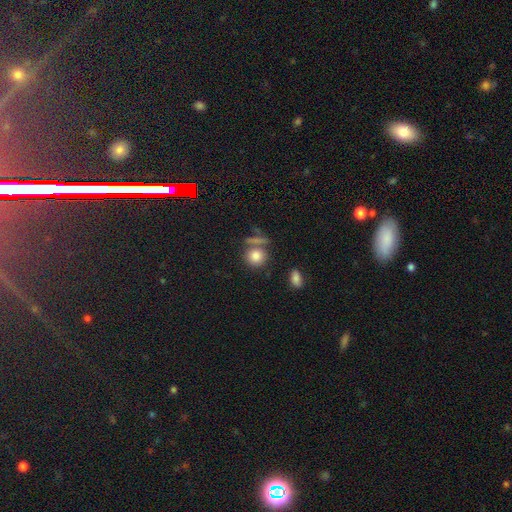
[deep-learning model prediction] Overall: smooth (82%). How rounded: round (83%). Merging: none (65%).